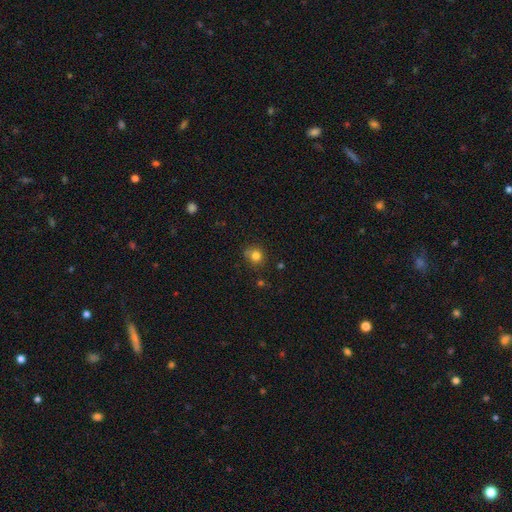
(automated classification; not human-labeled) Smooth or featured?
  - smooth: 80% *
  - star or artifact: 13%
  - featured or disk: 7%
How rounded?
  - round: 85% *
  - in between: 14%
  - cigar-shaped: 1%
Merging?
  - none: 74% *
  - minor disturbance: 16%
  - merger: 6%
  - major disturbance: 4%